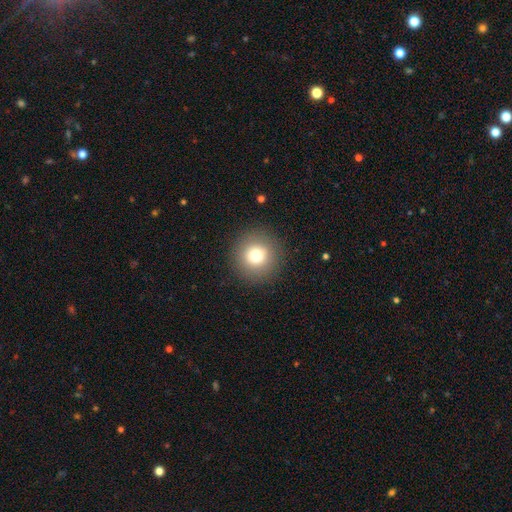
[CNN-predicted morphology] A smooth galaxy with no disk features (76%) that is round (96%).

Vote fractions:
- Smooth or featured? smooth: 76% / star or artifact: 12% / featured or disk: 12%
- How rounded? round: 96% / in between: 3% / cigar-shaped: 1%
- Merging? none: 91% / minor disturbance: 6% / major disturbance: 3% / merger: 1%